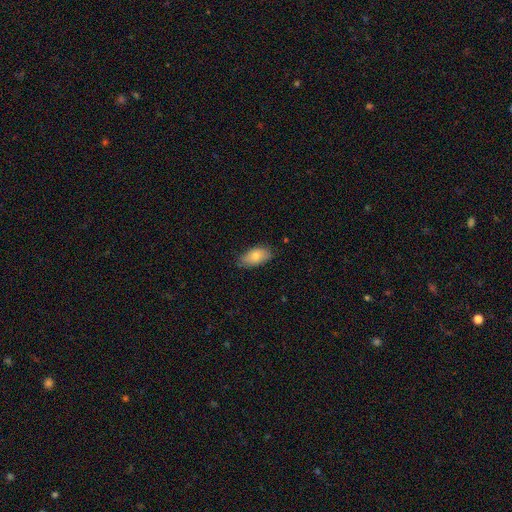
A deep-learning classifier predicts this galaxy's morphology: smooth_or_featured: smooth (p=0.77) [alt: featured or disk p=0.16]
how_rounded: in between (p=0.92) [alt: cigar-shaped p=0.05]
merging: none (p=0.78) [alt: minor disturbance p=0.19]